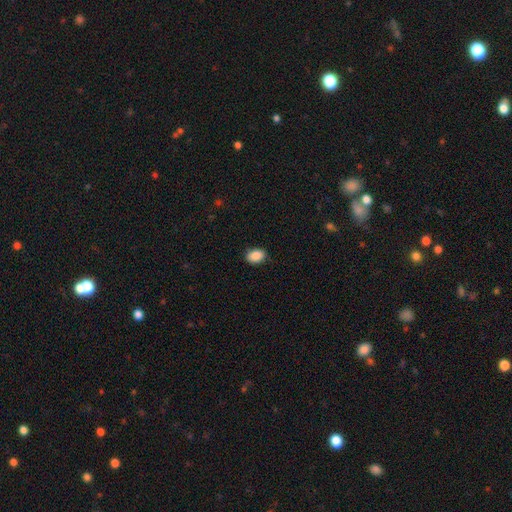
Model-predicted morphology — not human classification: This appears to be a smooth galaxy with no disk features (89%) that is in between round and cigar-shaped (76%). Merging: none (86%).